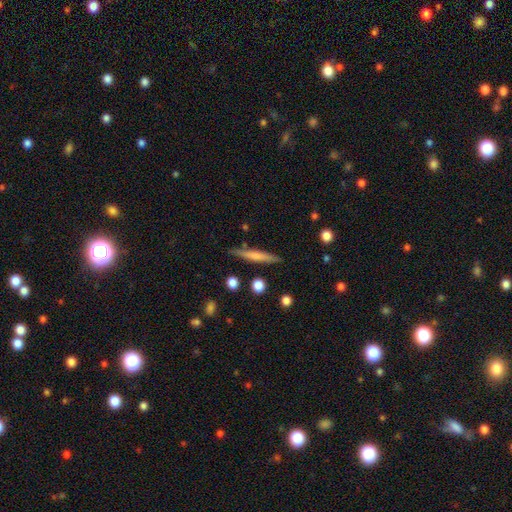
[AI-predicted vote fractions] A smooth galaxy with no disk features (58%) that is cigar-shaped (93%). Merging: none (85%).